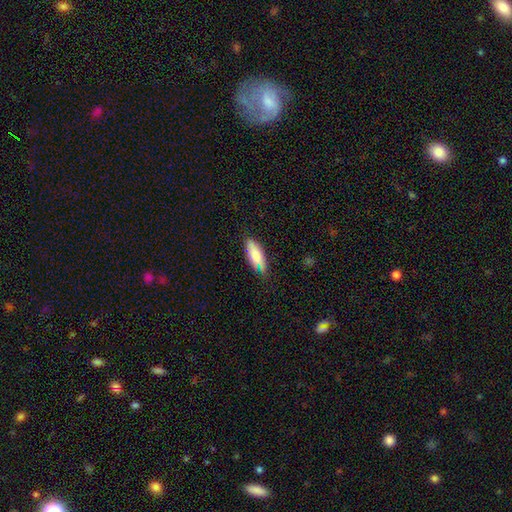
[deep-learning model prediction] smooth-or-featured: smooth: 76% | featured or disk: 17% | star or artifact: 8%
  how-rounded: in between: 62% | cigar-shaped: 35% | round: 2%
  merging: none: 78% | minor disturbance: 17% | major disturbance: 3% | merger: 2%